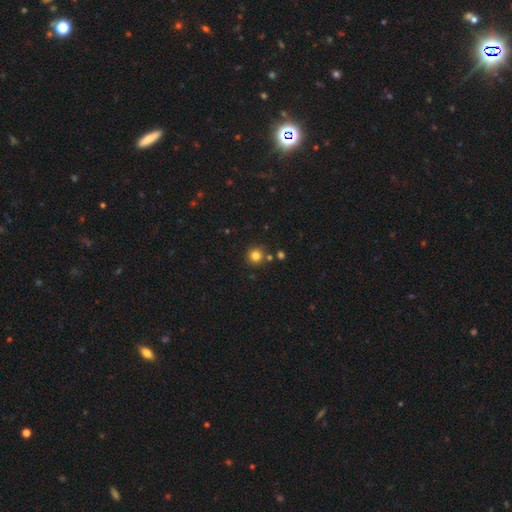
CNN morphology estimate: The model was most divided on "smooth or featured": smooth: 81%, star or artifact: 13%, featured or disk: 6%. More confident: how rounded — round (94%); merging — none (83%).